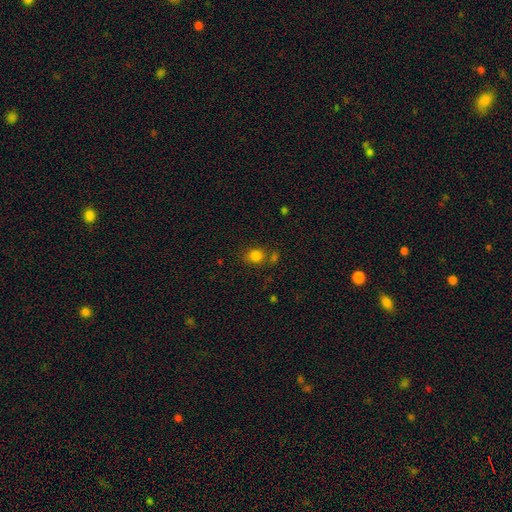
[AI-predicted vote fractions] Overall: smooth (81%). How rounded: round (70%). Merging: none (67%).